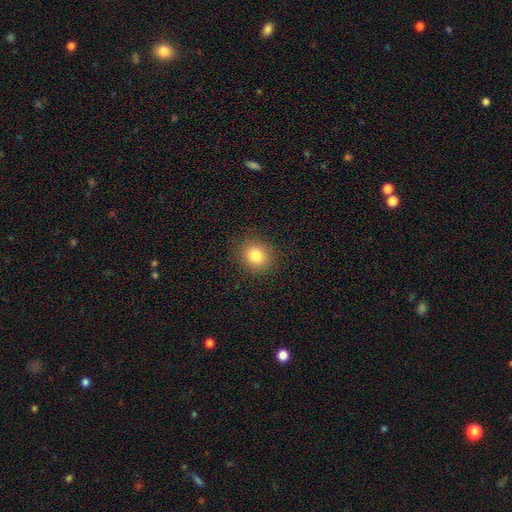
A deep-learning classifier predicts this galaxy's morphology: Overall: smooth (81%). How rounded: round (79%). Merging: none (89%).